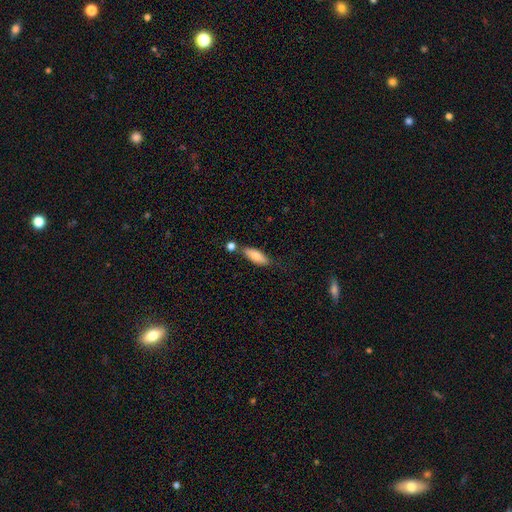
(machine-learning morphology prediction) This appears to be a smooth galaxy with no disk features (77%) that is in between round and cigar-shaped (69%). Merging: none (62%).